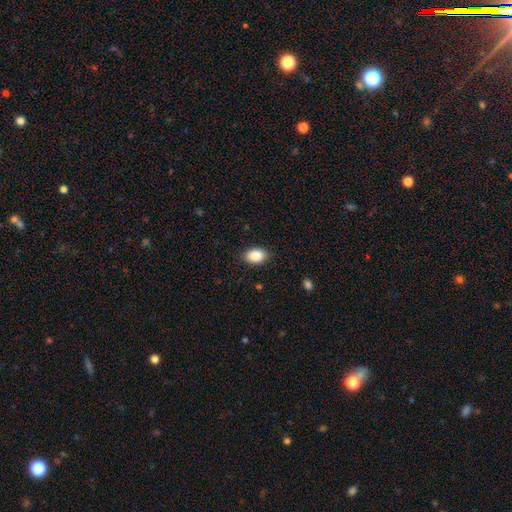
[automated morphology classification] This is clearly a smooth galaxy (87%). How rounded: clearly in between (85%). Merging: clearly none (87%).